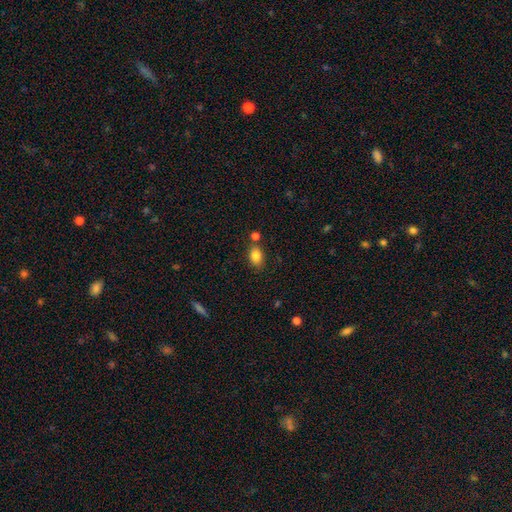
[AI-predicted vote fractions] smooth_or_featured: smooth (p=0.83) [alt: star or artifact p=0.09]
how_rounded: in between (p=0.78) [alt: round p=0.21]
merging: none (p=0.72) [alt: minor disturbance p=0.13]